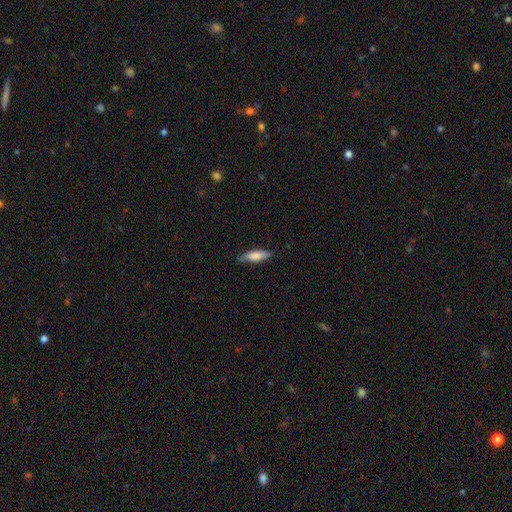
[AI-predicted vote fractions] Smooth or featured? Predicted: smooth (p=0.78). How rounded? Predicted: in between (p=0.50). Merging? Predicted: none (p=0.68).